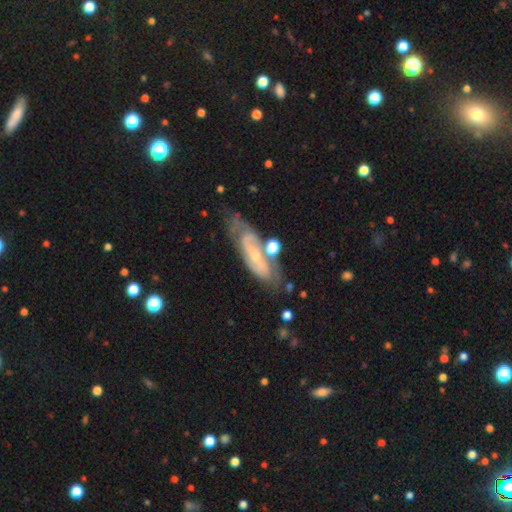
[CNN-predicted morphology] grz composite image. It shows a featured or disk galaxy (71%) with no bar (55%), spiral arms (79%) and a small central bulge (66%). Merging: none (56%).